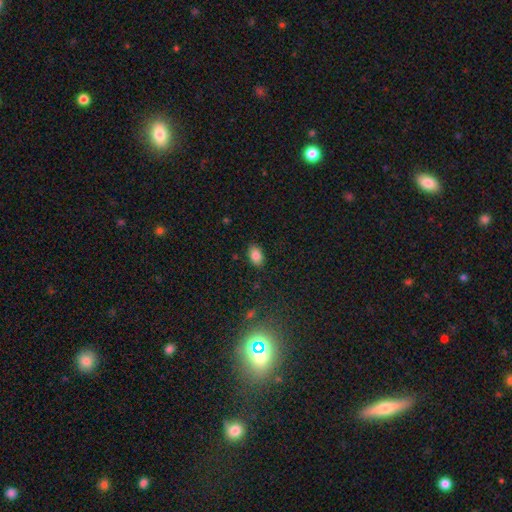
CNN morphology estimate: This appears to be a smooth galaxy with no disk features (85%) that is in between round and cigar-shaped (87%). Merging: none (86%).